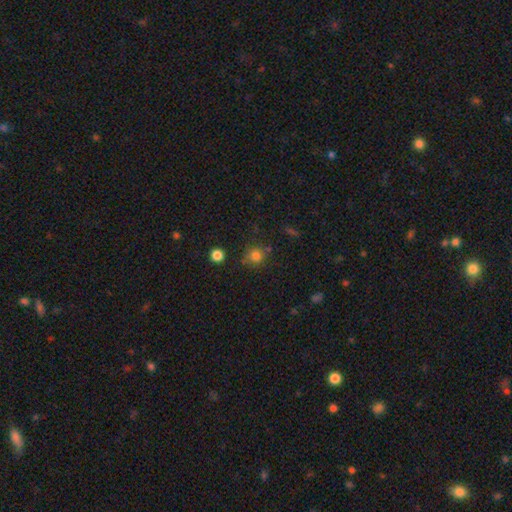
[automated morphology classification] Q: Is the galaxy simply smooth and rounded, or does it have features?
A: smooth — 79%.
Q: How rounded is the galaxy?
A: round — 88%.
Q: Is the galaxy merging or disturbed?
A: none — 75%.